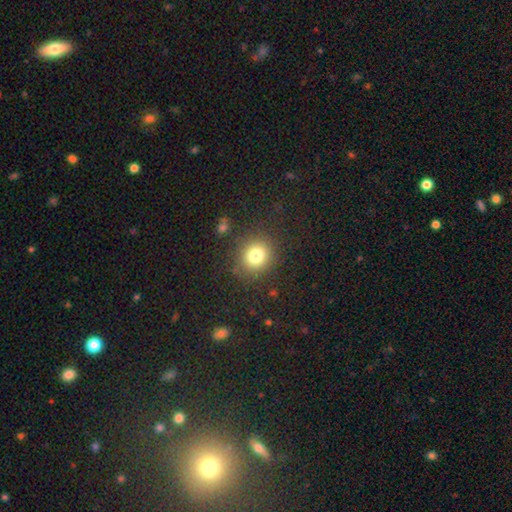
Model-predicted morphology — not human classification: This appears to be a smooth galaxy with no disk features (79%) that is round (83%). Merging: none (85%).